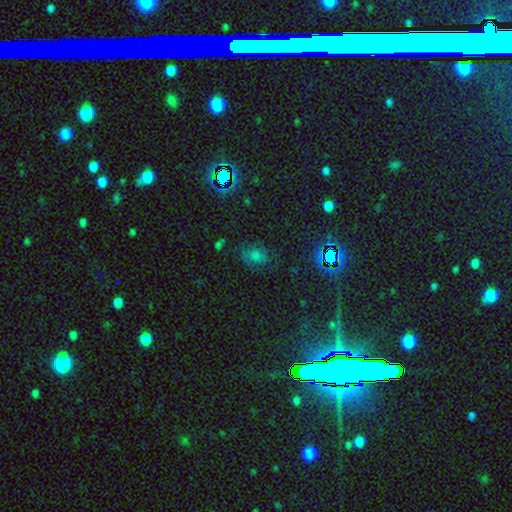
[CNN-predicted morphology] star or artifact 45%, smooth 44%, featured or disk 11%.